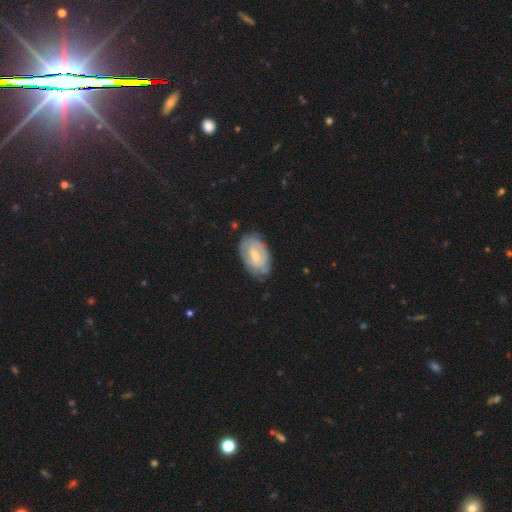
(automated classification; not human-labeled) smooth_or_featured: featured or disk (p=0.58) [alt: smooth p=0.36]
disk_edge_on: no (p=0.95) [alt: yes p=0.05]
bar: weak (p=0.49) [alt: no p=0.38]
has_spiral_arms: yes (p=0.63) [alt: no p=0.37]
bulge_size: small (p=0.50) [alt: moderate p=0.41]
merging: none (p=0.65) [alt: minor disturbance p=0.26]